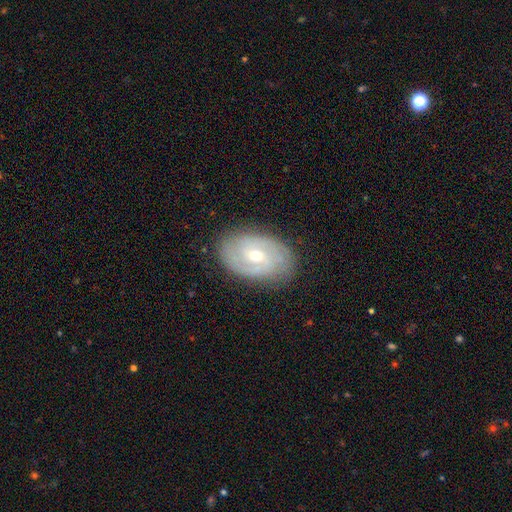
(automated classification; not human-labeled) Q: Smooth or featured?
A: featured or disk (78%); runner-up: smooth (16%)
Q: Edge-on disk?
A: no (95%); runner-up: yes (5%)
Q: Bar?
A: weak (47%); runner-up: no (43%)
Q: Spiral arms?
A: yes (91%); runner-up: no (9%)
Q: Spiral winding?
A: tight (53%); runner-up: medium (37%)
Q: Spiral arm count?
A: 2 (56%); runner-up: can't tell (22%)
Q: Bulge size?
A: moderate (50%); runner-up: small (46%)
Q: Merging?
A: none (82%); runner-up: minor disturbance (13%)